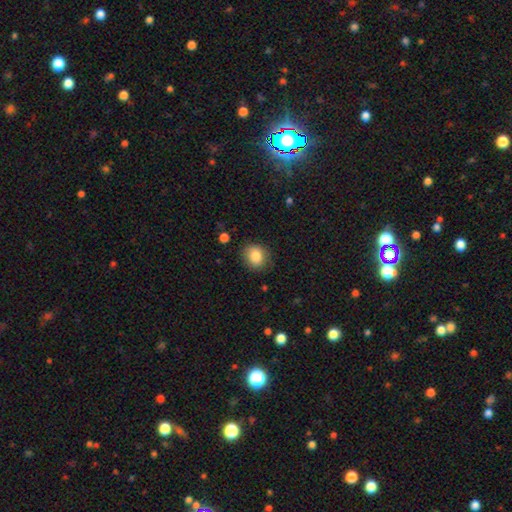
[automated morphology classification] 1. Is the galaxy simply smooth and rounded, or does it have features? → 85% smooth, 9% star or artifact, 6% featured or disk.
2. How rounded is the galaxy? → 70% round, 29% in between, 1% cigar-shaped.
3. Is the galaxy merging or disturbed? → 82% none, 13% minor disturbance, 3% major disturbance, 1% merger.